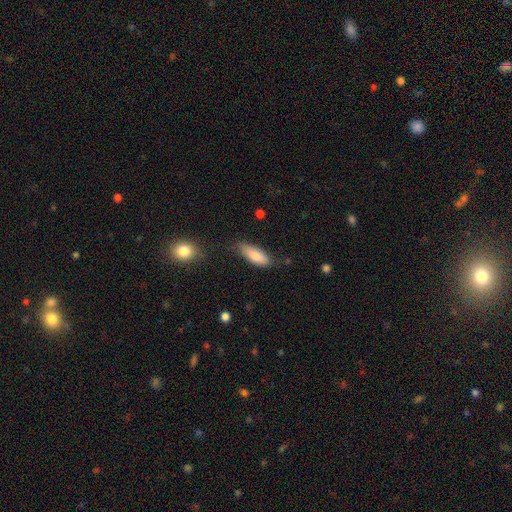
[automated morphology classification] Smooth or featured? Predicted: smooth (p=0.82). How rounded? Predicted: in between (p=0.72). Merging? Predicted: none (p=0.69).